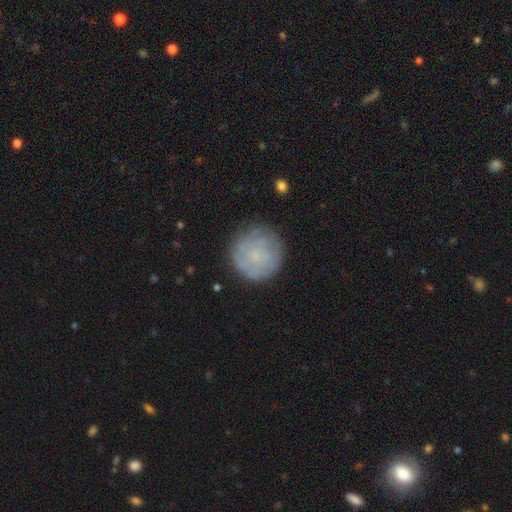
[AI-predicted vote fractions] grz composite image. It shows a smooth galaxy with no disk features (57%) that is round (94%). Merging: none (80%).